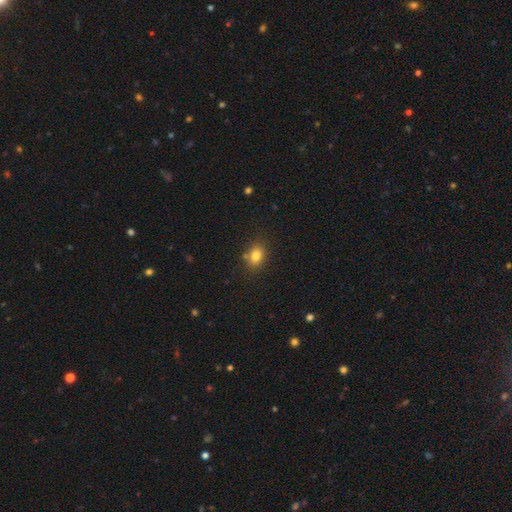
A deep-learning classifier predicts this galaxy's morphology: A smooth galaxy with no disk features (82%) that is in between round and cigar-shaped (68%).

Vote fractions:
- Smooth or featured? smooth: 82% / star or artifact: 11% / featured or disk: 7%
- How rounded? in between: 68% / round: 31% / cigar-shaped: 1%
- Merging? none: 76% / minor disturbance: 13% / merger: 7% / major disturbance: 3%